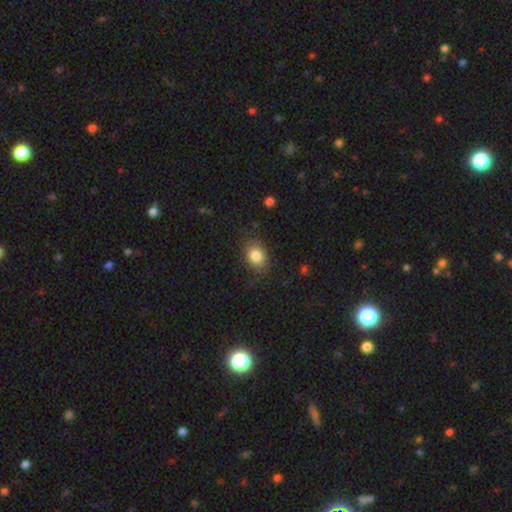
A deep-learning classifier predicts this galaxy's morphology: Smooth or featured? Predicted: smooth (p=0.82). How rounded? Predicted: in between (p=0.66). Merging? Predicted: none (p=0.78).